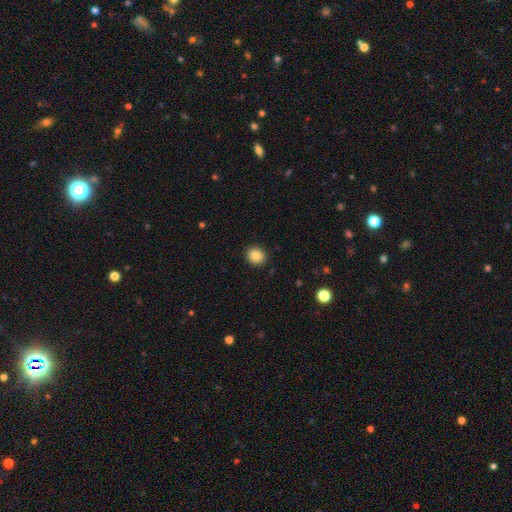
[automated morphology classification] Smooth or featured?
  - smooth: 85% *
  - star or artifact: 9%
  - featured or disk: 6%
How rounded?
  - round: 76% *
  - in between: 23%
  - cigar-shaped: 1%
Merging?
  - none: 90% *
  - minor disturbance: 7%
  - major disturbance: 2%
  - merger: 1%